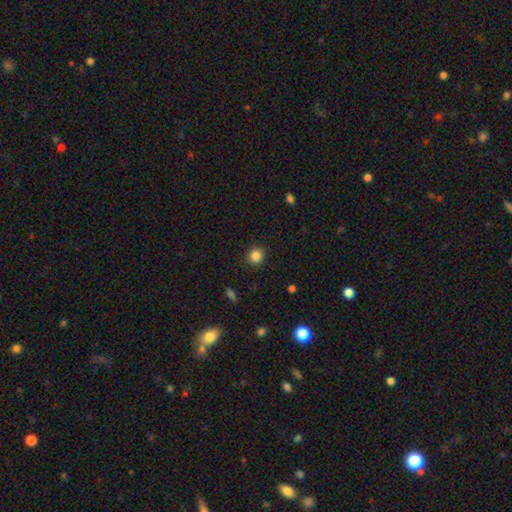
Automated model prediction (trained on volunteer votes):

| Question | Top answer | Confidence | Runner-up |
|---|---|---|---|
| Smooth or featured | smooth | 84% | star or artifact (11%) |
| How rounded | round | 90% | in between (9%) |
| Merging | none | 91% | minor disturbance (6%) |